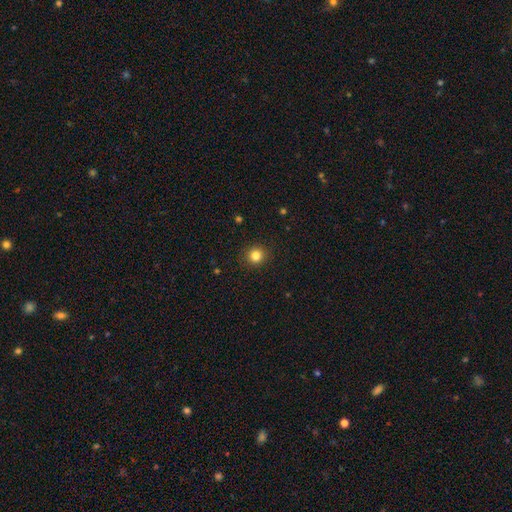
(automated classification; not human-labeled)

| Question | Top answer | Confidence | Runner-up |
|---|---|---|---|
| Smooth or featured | smooth | 83% | star or artifact (12%) |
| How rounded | round | 90% | in between (10%) |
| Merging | none | 91% | minor disturbance (6%) |